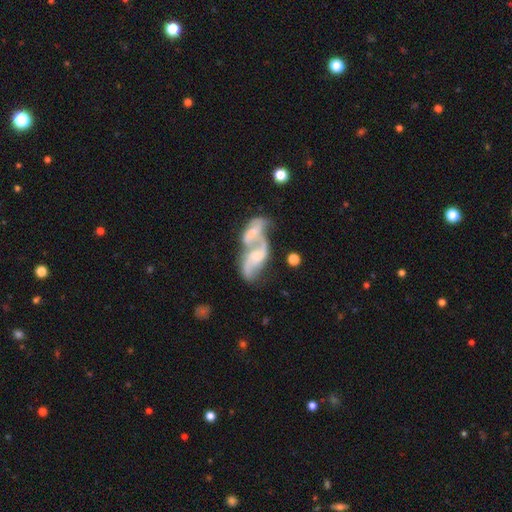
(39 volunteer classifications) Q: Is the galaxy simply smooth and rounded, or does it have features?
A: featured or disk — 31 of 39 (79%).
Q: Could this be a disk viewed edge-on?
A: no — 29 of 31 (94%).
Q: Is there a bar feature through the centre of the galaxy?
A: weak — 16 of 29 (55%).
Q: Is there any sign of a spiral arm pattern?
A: yes — 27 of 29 (93%).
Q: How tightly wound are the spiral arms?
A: loose — 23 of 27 (85%).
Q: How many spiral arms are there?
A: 2 — 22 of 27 (81%).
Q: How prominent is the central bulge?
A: small — 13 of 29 (45%).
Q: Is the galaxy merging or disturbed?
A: merger — 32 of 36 (89%).